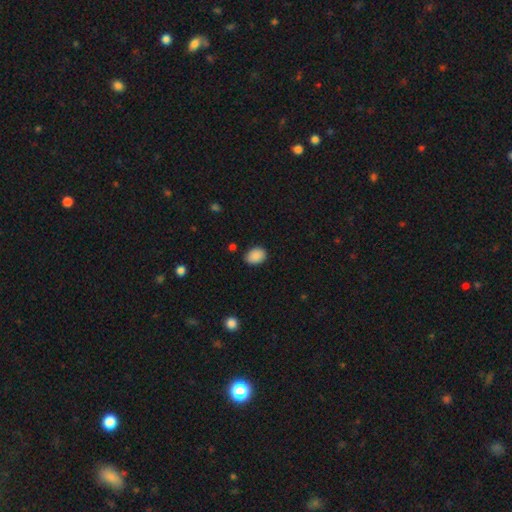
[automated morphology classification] Smooth or featured? Predicted: smooth (p=0.89). How rounded? Predicted: in between (p=0.73). Merging? Predicted: none (p=0.83).